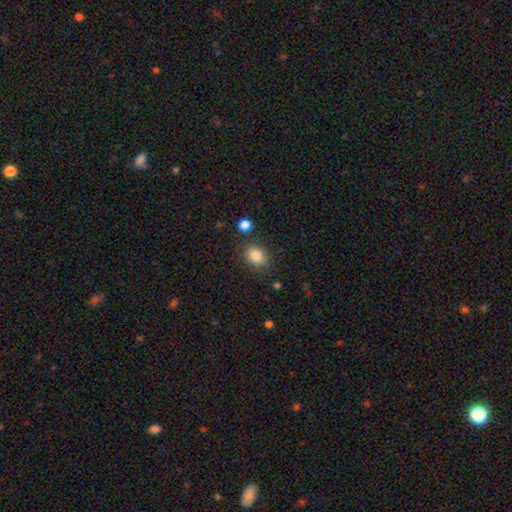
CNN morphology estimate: Smooth or featured? smooth (85%)
How rounded? in between (57%)
Merging? none (82%)